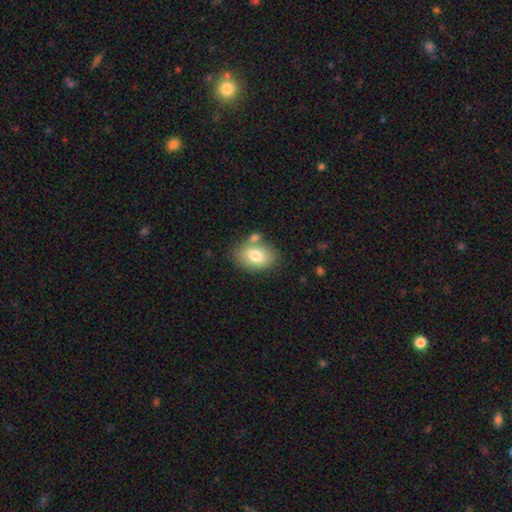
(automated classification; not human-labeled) Smooth or featured? smooth (76%)
How rounded? in between (83%)
Merging? none (63%)